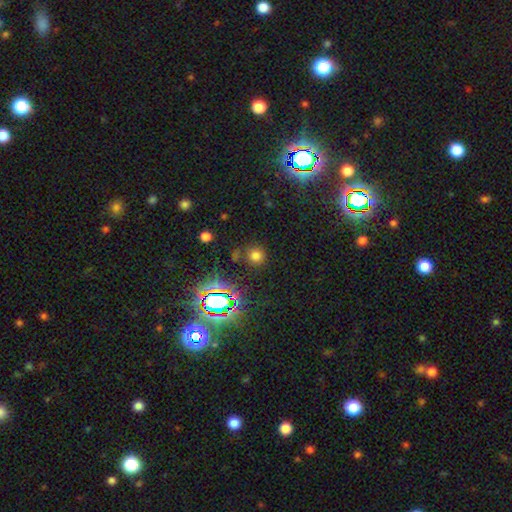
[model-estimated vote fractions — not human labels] This appears to be a smooth galaxy with no disk features (66%) that is round (91%). Merging: none (82%).